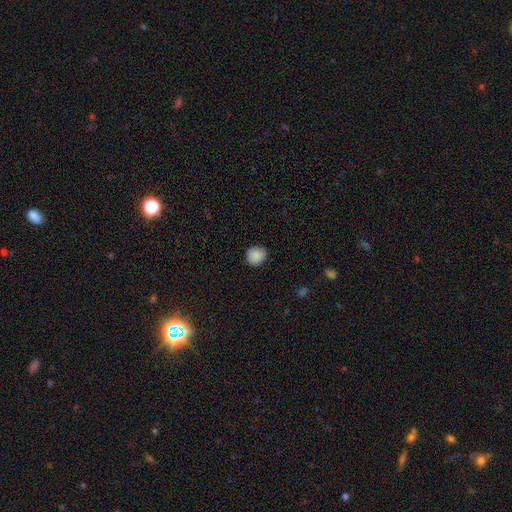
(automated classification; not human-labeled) Smooth or featured?
  - smooth: 88% *
  - star or artifact: 9%
  - featured or disk: 3%
How rounded?
  - round: 88% *
  - in between: 11%
  - cigar-shaped: 1%
Merging?
  - none: 87% *
  - minor disturbance: 10%
  - major disturbance: 2%
  - merger: 1%